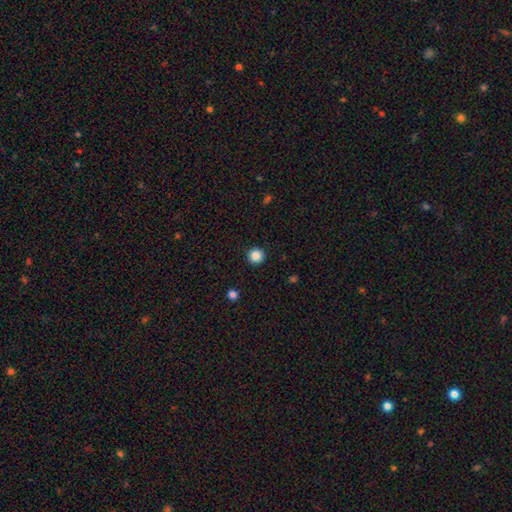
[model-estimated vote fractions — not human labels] Smooth or featured?
  - smooth: 87% *
  - star or artifact: 11%
  - featured or disk: 3%
How rounded?
  - round: 95% *
  - in between: 4%
  - cigar-shaped: 1%
Merging?
  - none: 92% *
  - minor disturbance: 5%
  - major disturbance: 2%
  - merger: 1%